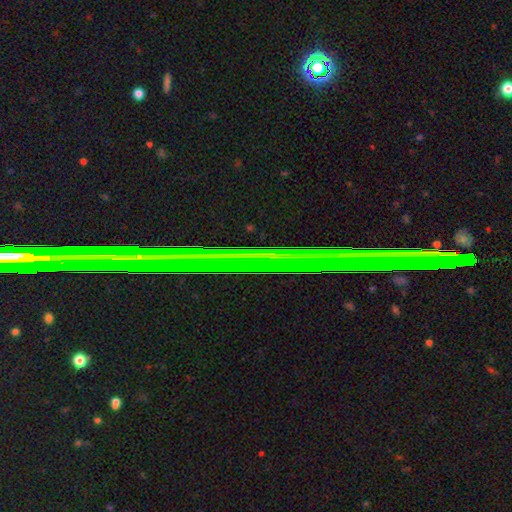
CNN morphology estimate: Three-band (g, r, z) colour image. It shows a star or artifact, not a galaxy (68%).